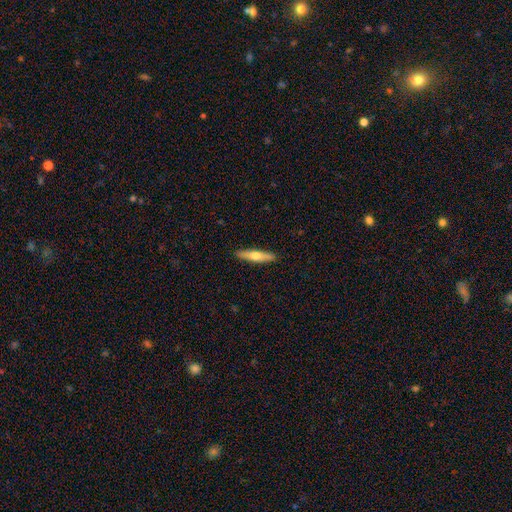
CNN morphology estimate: Smooth or featured: smooth — 55% (featured or disk — 40%)
How rounded: cigar-shaped — 84% (in between — 14%)
Merging: none — 91% (minor disturbance — 7%)